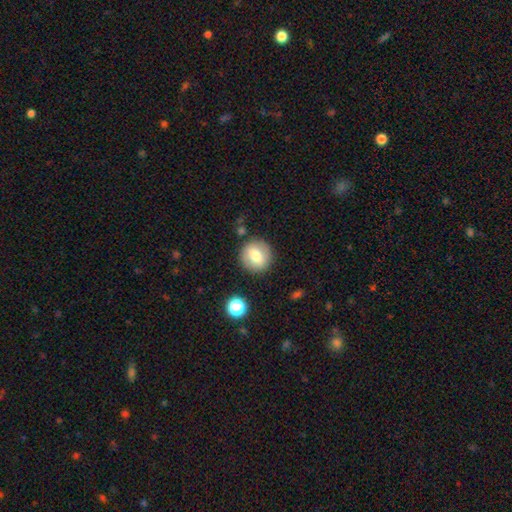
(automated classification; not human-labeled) Q: Smooth or featured?
A: smooth (69%); runner-up: featured or disk (22%)
Q: How rounded?
A: round (90%); runner-up: in between (9%)
Q: Merging?
A: none (85%); runner-up: minor disturbance (9%)